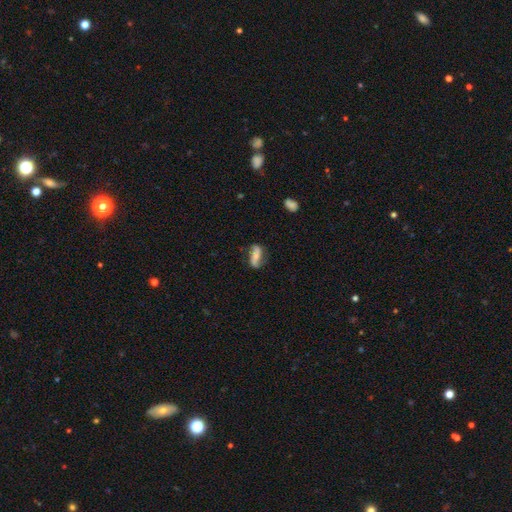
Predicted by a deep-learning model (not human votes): Smooth or featured: featured or disk — 58% (smooth — 35%)
Edge-on disk: no — 89% (yes — 11%)
Bar: strong — 42% (no — 34%)
Spiral arms: yes — 85% (no — 15%)
Bulge size: small — 52% (moderate — 33%)
Merging: none — 70% (minor disturbance — 21%)